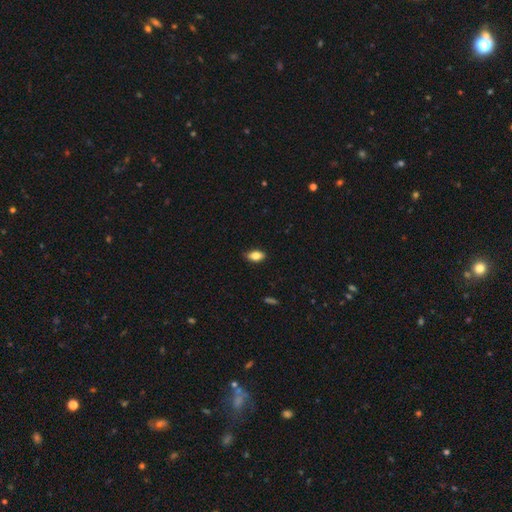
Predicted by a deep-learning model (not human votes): Morphology: type=smooth (82%); roundness=in between (89%); merging=none (85%).